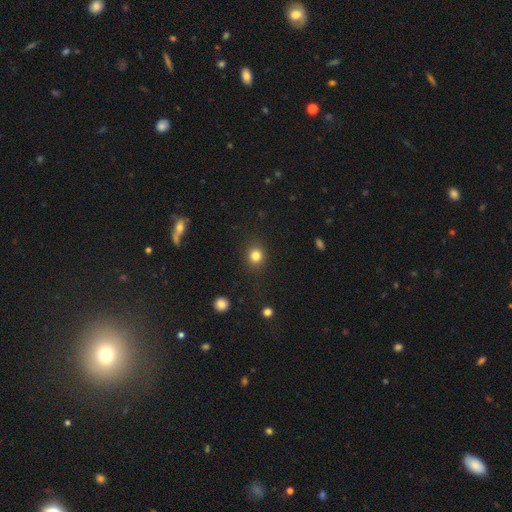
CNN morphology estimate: This appears to be a smooth galaxy with no disk features (82%) that is round (85%). Merging: none (89%).